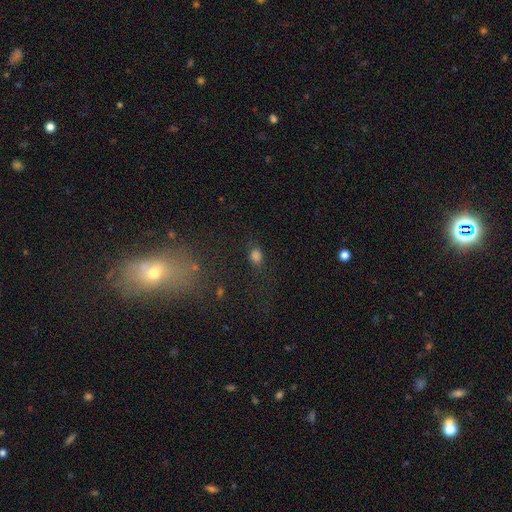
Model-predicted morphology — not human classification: A smooth galaxy with no disk features (75%) that is in between round and cigar-shaped (56%). Merging: none (66%).